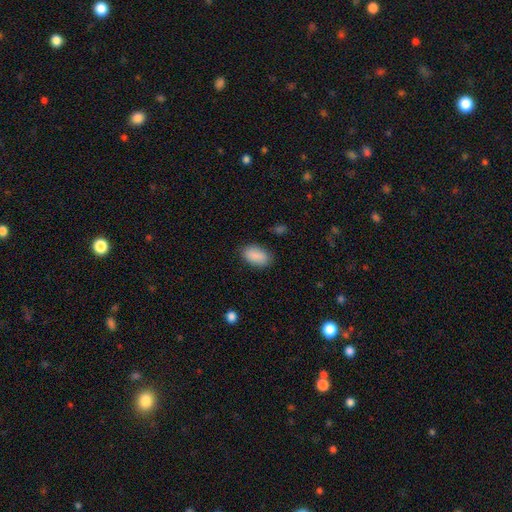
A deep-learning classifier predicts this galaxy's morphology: Smooth or featured? Predicted: smooth (p=0.89). How rounded? Predicted: in between (p=0.93). Merging? Predicted: none (p=0.83).